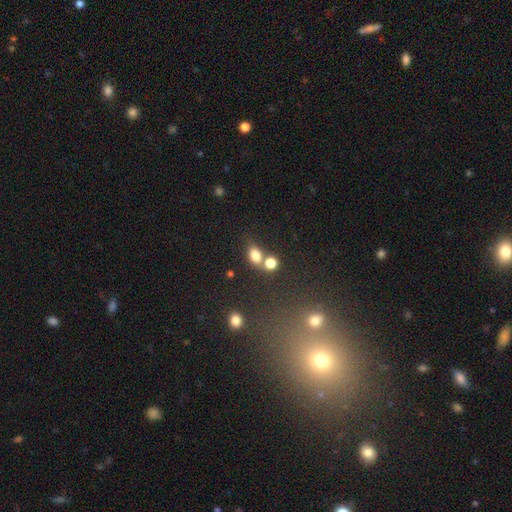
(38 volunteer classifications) A smooth galaxy with no disk features (89%) that is in between round and cigar-shaped (74%).

Vote fractions:
- Smooth or featured? smooth: 89% / featured or disk: 8% / star or artifact: 3%
- How rounded? in between: 74% / round: 24% / cigar-shaped: 3%
- Merging? merger: 59% / none: 27% / minor disturbance: 14% / major disturbance: 0%